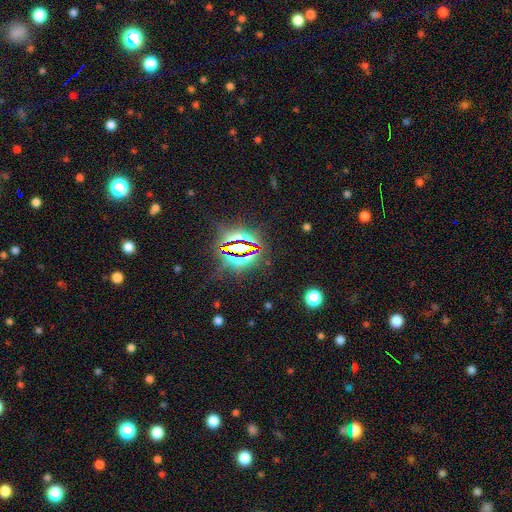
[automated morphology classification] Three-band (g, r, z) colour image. It shows a star or artifact, not a galaxy (84%).